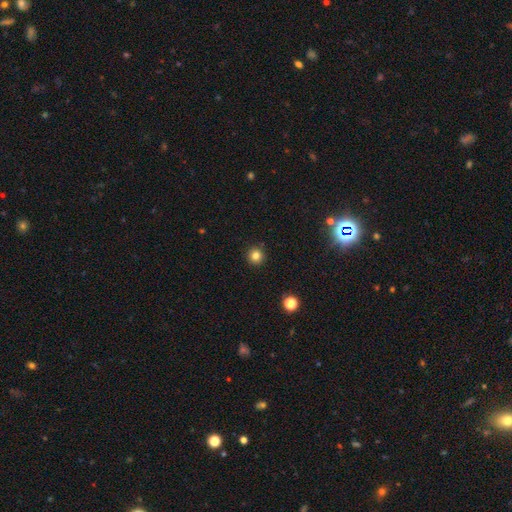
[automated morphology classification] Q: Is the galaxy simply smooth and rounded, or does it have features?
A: smooth — 81%.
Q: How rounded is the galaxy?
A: round — 95%.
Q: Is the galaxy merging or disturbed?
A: none — 92%.